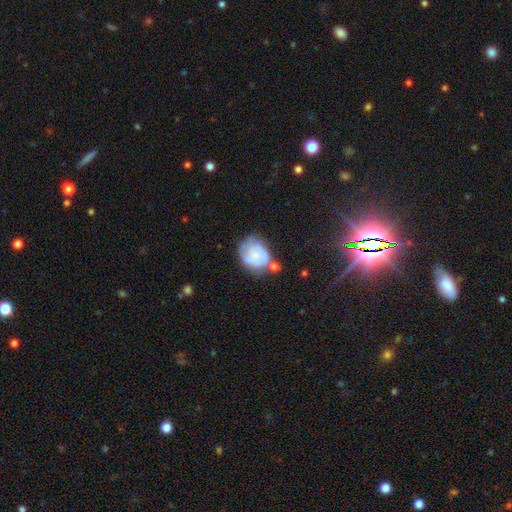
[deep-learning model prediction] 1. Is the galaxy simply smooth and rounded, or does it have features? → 62% featured or disk, 30% smooth, 8% star or artifact.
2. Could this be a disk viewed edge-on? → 98% no, 2% yes.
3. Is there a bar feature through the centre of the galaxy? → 74% no, 22% weak, 4% strong.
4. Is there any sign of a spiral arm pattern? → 78% yes, 22% no.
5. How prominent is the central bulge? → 57% small, 23% moderate, 16% none, 3% large, 1% dominant.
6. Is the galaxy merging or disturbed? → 45% none, 27% minor disturbance, 14% merger, 14% major disturbance.